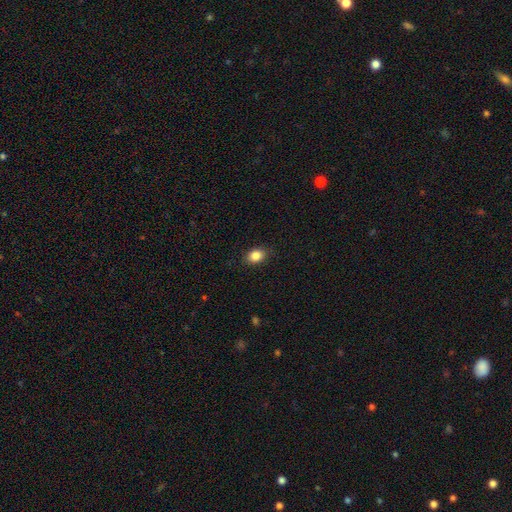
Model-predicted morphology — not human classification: Smooth or featured? smooth (86%)
How rounded? in between (72%)
Merging? none (87%)